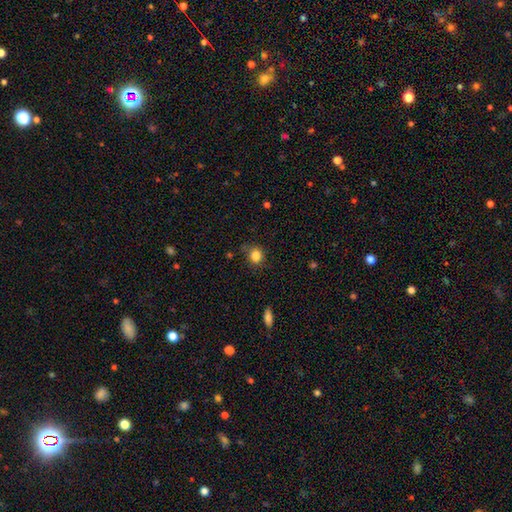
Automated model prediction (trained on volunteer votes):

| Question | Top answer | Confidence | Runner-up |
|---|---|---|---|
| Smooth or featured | smooth | 84% | star or artifact (11%) |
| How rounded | round | 75% | in between (24%) |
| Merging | none | 79% | minor disturbance (15%) |